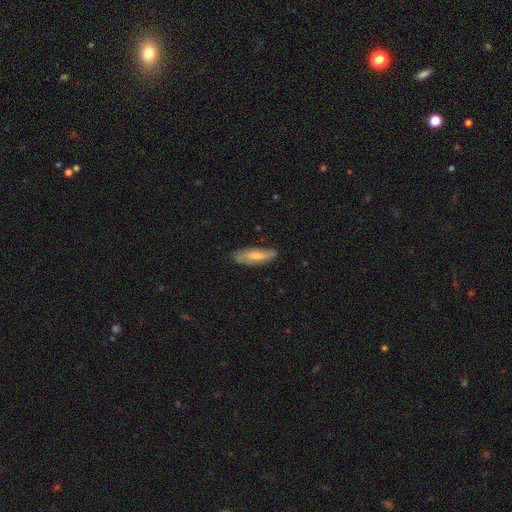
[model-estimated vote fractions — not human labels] Smooth or featured? smooth (56%)
How rounded? cigar-shaped (53%)
Merging? none (75%)